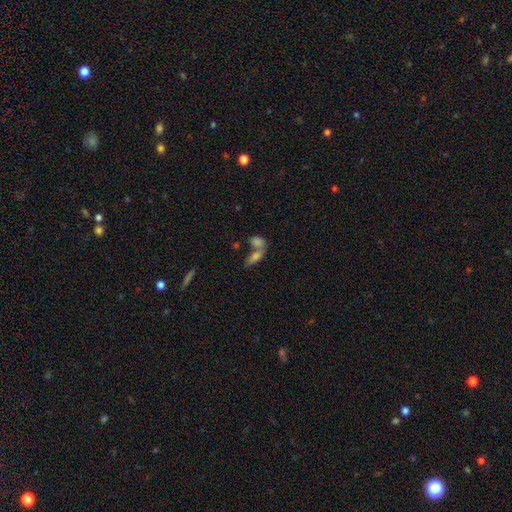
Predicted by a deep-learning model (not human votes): This appears to be a smooth galaxy with no disk features (63%) that is in between round and cigar-shaped (72%). Merging: merger (57%).